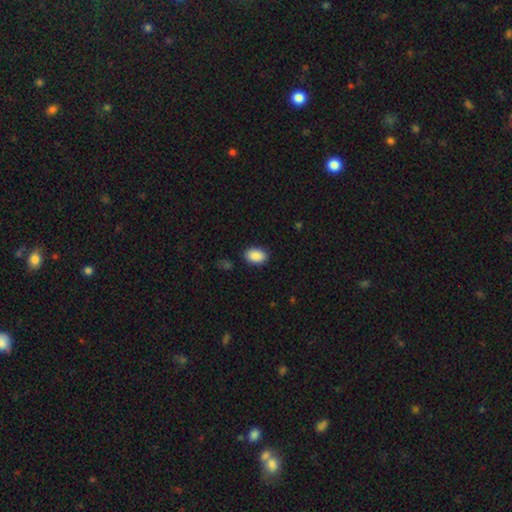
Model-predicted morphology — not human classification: This appears to be a smooth galaxy with no disk features (90%) that is in between round and cigar-shaped (87%). Merging: none (88%).